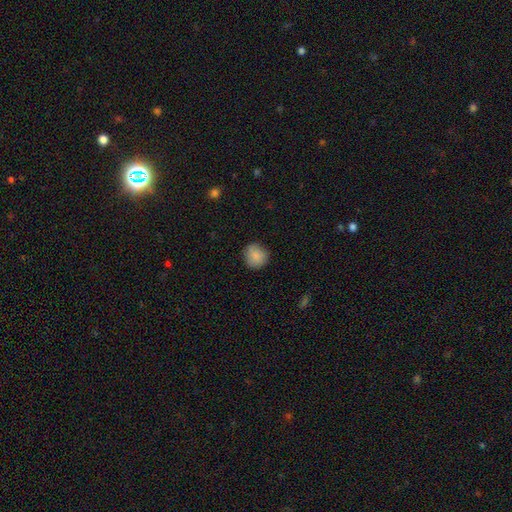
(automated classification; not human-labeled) A smooth galaxy with no disk features (86%) that is round (88%). Merging: none (84%).